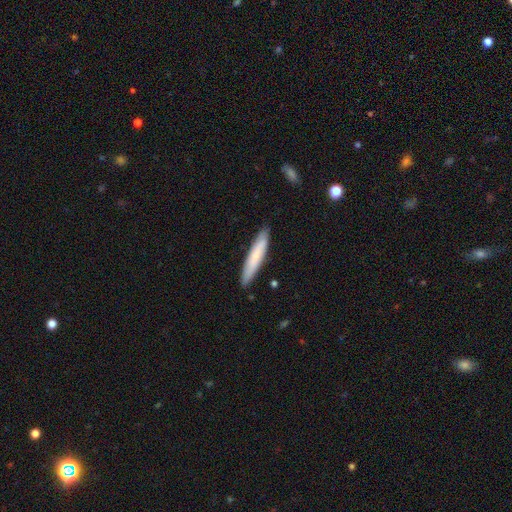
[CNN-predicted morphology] A smooth galaxy with no disk features (72%) that is cigar-shaped (91%).

Vote fractions:
- Smooth or featured? smooth: 72% / featured or disk: 22% / star or artifact: 6%
- How rounded? cigar-shaped: 91% / in between: 8% / round: 1%
- Merging? none: 88% / minor disturbance: 10% / major disturbance: 2% / merger: 1%